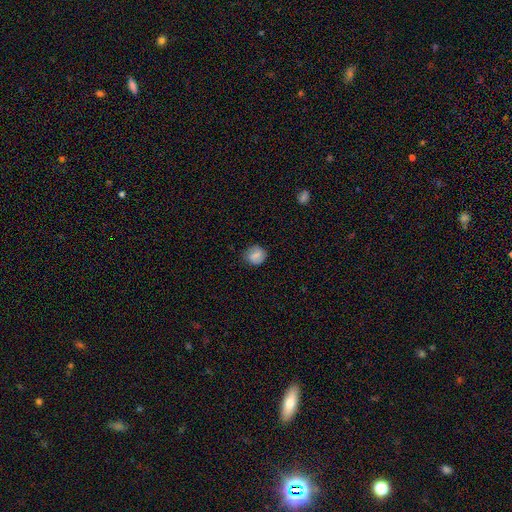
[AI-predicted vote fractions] Smooth or featured?
  - smooth: 63% *
  - featured or disk: 28%
  - star or artifact: 9%
How rounded?
  - round: 78% *
  - in between: 21%
  - cigar-shaped: 1%
Merging?
  - none: 78% *
  - minor disturbance: 16%
  - major disturbance: 5%
  - merger: 1%